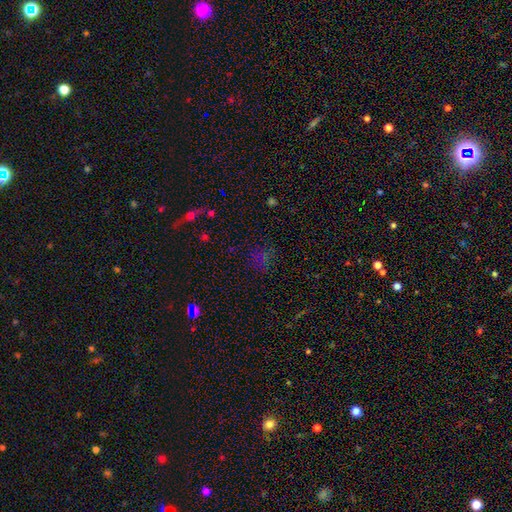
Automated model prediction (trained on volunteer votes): Morphology: type=star or artifact (46%).